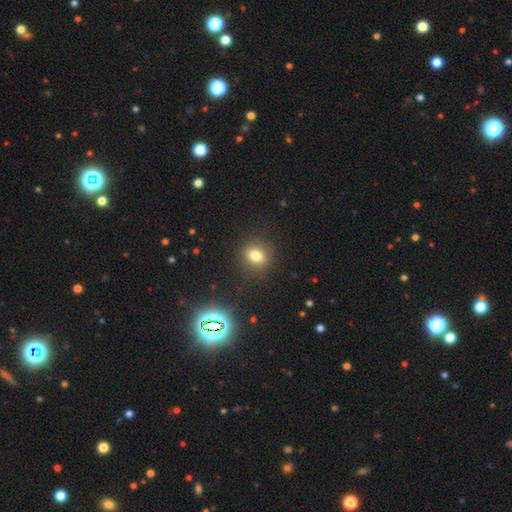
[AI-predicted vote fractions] A smooth galaxy with no disk features (77%) that is round (58%). Merging: none (87%).